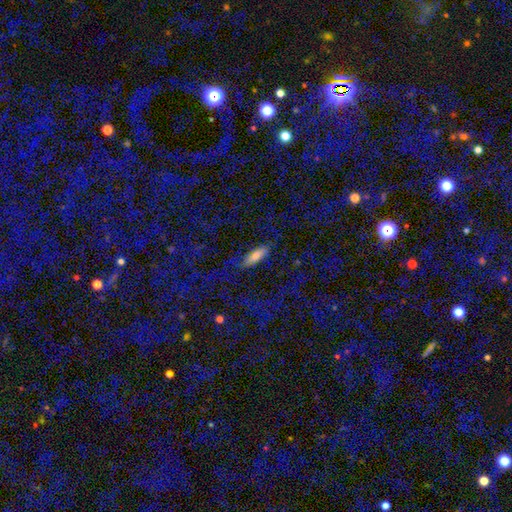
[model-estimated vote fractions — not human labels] Smooth or featured?
  - smooth: 69% *
  - featured or disk: 19%
  - star or artifact: 13%
How rounded?
  - in between: 55% *
  - cigar-shaped: 42%
  - round: 4%
Merging?
  - none: 72% *
  - minor disturbance: 17%
  - major disturbance: 8%
  - merger: 2%